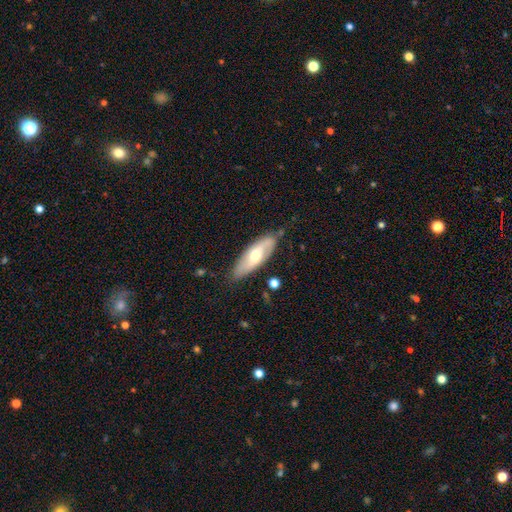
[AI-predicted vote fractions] Smooth or featured?
  - featured or disk: 54% *
  - smooth: 40%
  - star or artifact: 6%
Edge-on disk?
  - no: 76% *
  - yes: 24%
Merging?
  - none: 78% *
  - minor disturbance: 16%
  - major disturbance: 3%
  - merger: 2%